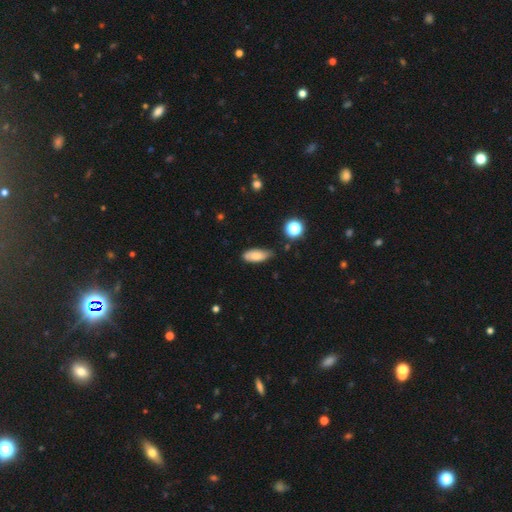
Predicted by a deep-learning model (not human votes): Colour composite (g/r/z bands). It shows a smooth galaxy with no disk features (79%) that is in between round and cigar-shaped (83%). Merging: none (64%).